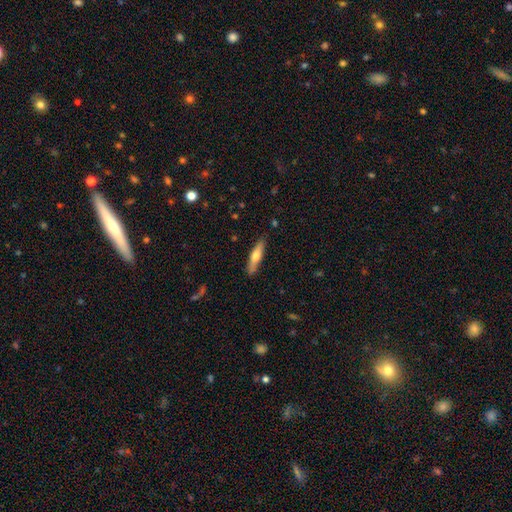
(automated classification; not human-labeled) Smooth or featured? Predicted: smooth (p=0.57). How rounded? Predicted: cigar-shaped (p=0.79). Merging? Predicted: none (p=0.87).